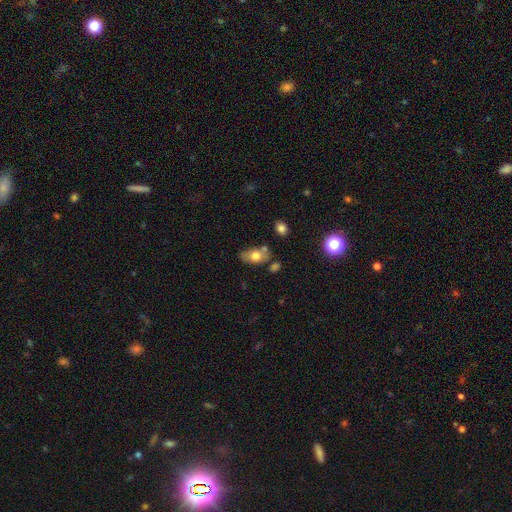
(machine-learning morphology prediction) A smooth galaxy with no disk features (71%) that is in between round and cigar-shaped (88%). Merging: none (63%).